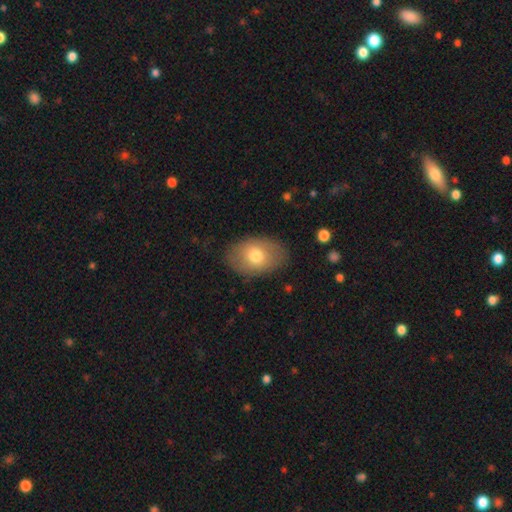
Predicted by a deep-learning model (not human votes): Smooth or featured: smooth — 71% (featured or disk — 21%)
How rounded: in between — 83% (round — 15%)
Merging: none — 81% (minor disturbance — 13%)